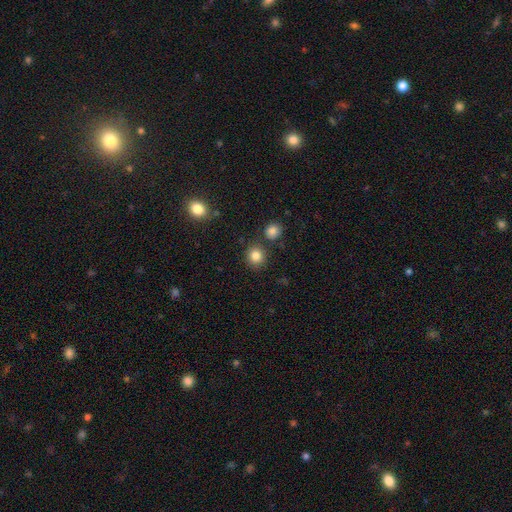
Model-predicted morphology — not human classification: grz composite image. It shows a smooth galaxy with no disk features (83%) that is round (87%). Merging: none (83%).